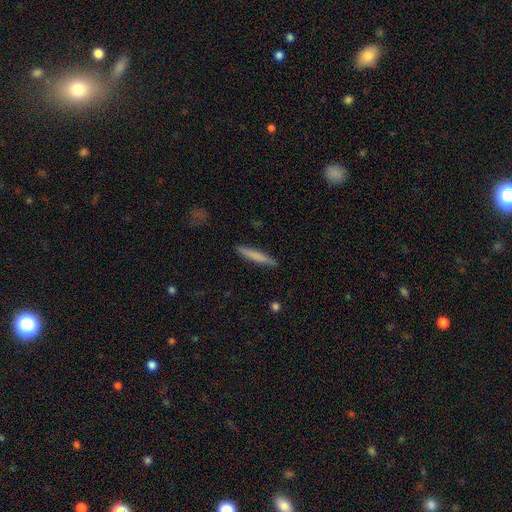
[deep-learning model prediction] smooth_or_featured: smooth (p=0.74) [alt: featured or disk p=0.20]
how_rounded: cigar-shaped (p=0.95) [alt: in between p=0.04]
merging: none (p=0.89) [alt: minor disturbance p=0.08]